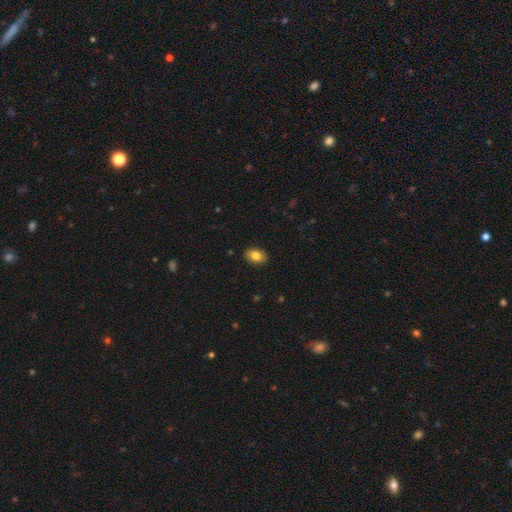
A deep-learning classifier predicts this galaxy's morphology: smooth-or-featured: smooth: 82% | featured or disk: 10% | star or artifact: 8%
  how-rounded: in between: 79% | round: 20% | cigar-shaped: 1%
  merging: none: 89% | minor disturbance: 8% | major disturbance: 2% | merger: 1%